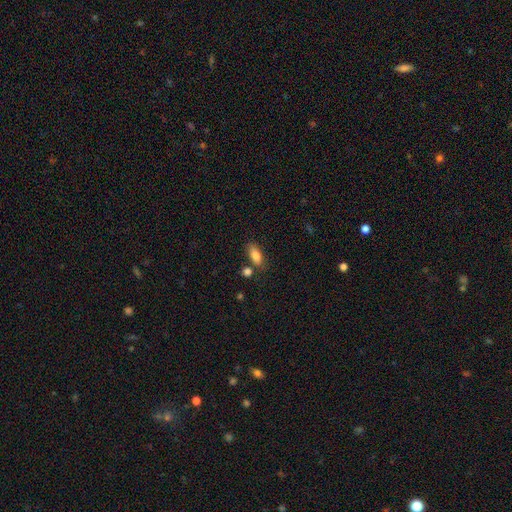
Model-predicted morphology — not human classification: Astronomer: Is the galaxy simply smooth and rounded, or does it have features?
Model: smooth — 84%.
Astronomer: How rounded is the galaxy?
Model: in between — 83%.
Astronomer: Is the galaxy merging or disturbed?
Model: none — 71%.